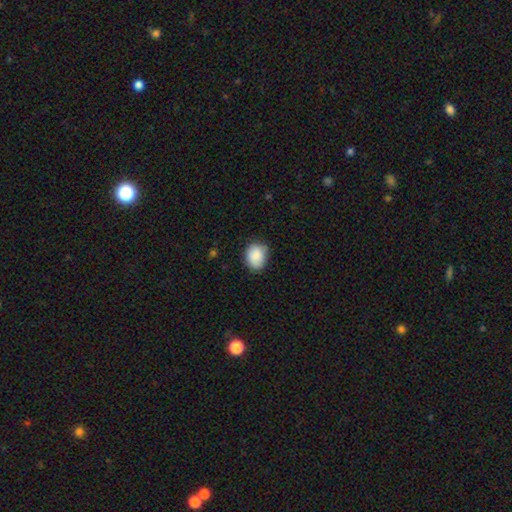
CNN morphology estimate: Smooth or featured? Predicted: smooth (p=0.87). How rounded? Predicted: in between (p=0.54). Merging? Predicted: none (p=0.75).